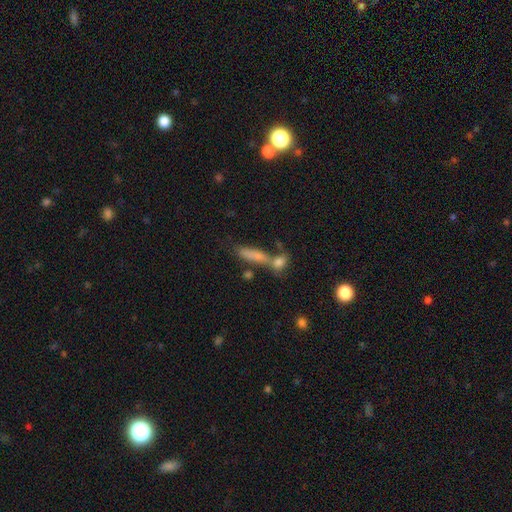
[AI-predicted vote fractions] Overall: smooth (61%; featured or disk 23%). How rounded: cigar-shaped (70%). Merging: none (49%; merger 34%).